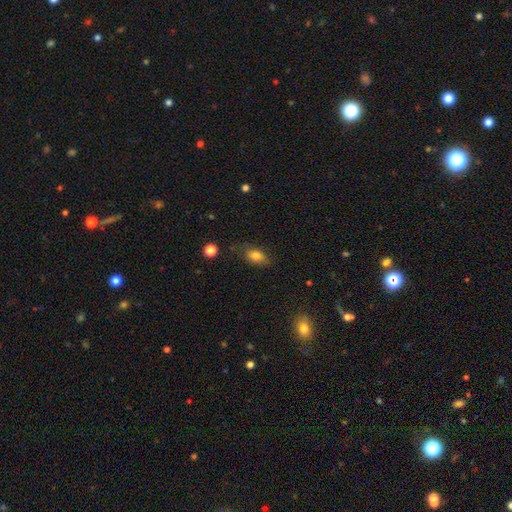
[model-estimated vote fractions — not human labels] Smooth or featured? Predicted: smooth (p=0.80). How rounded? Predicted: in between (p=0.84). Merging? Predicted: none (p=0.72).